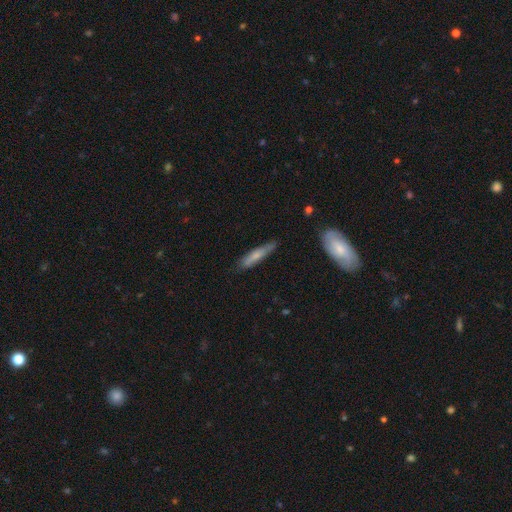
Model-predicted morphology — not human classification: Smooth or featured?
  - smooth: 64% *
  - featured or disk: 30%
  - star or artifact: 6%
How rounded?
  - cigar-shaped: 87% *
  - in between: 11%
  - round: 2%
Merging?
  - none: 78% *
  - minor disturbance: 17%
  - major disturbance: 3%
  - merger: 2%